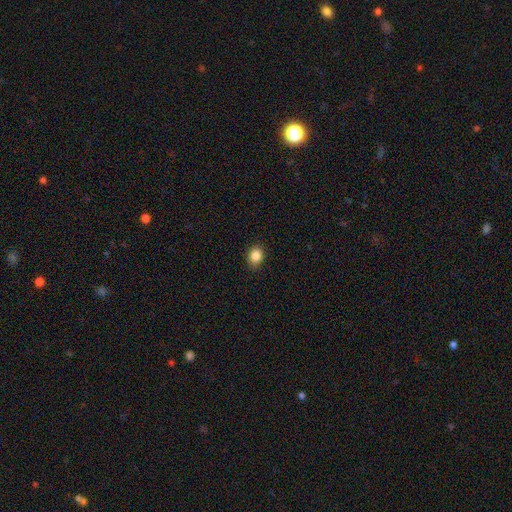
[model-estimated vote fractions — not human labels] smooth-or-featured: smooth: 85% | star or artifact: 10% | featured or disk: 4%
  how-rounded: round: 51% | in between: 48% | cigar-shaped: 1%
  merging: none: 88% | minor disturbance: 9% | major disturbance: 2% | merger: 1%